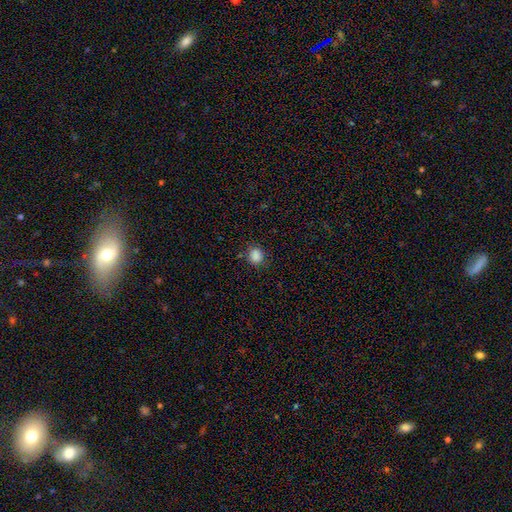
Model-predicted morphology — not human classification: smooth 85%, star or artifact 11%, featured or disk 3%. Down the decision tree: how rounded — round (74%); merging — none (81%).